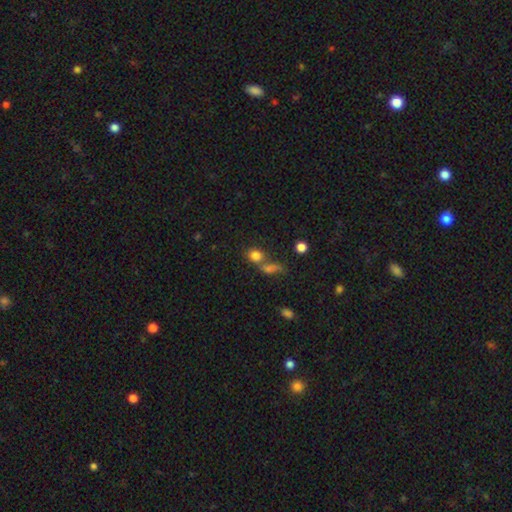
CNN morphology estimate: smooth_or_featured: smooth (p=0.78) [alt: star or artifact p=0.13]
how_rounded: round (p=0.67) [alt: in between p=0.31]
merging: none (p=0.43) [alt: merger p=0.41]